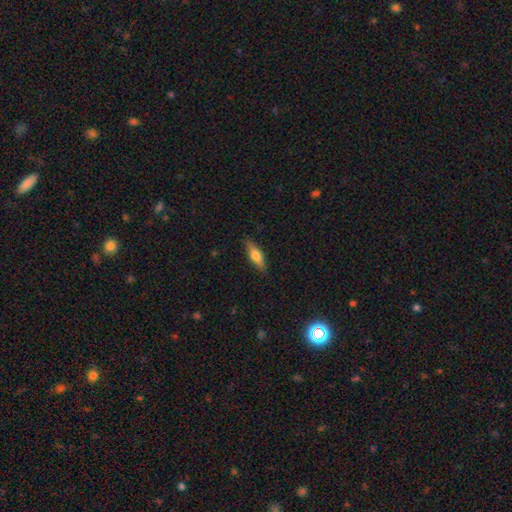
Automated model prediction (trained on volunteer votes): This is likely a smooth galaxy (64%). How rounded: possibly in between (51%). Merging: clearly none (85%).